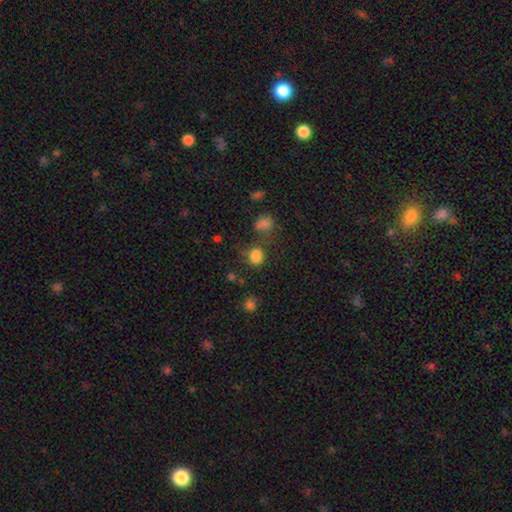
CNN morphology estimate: Smooth or featured? smooth (78%)
How rounded? round (63%)
Merging? none (57%)